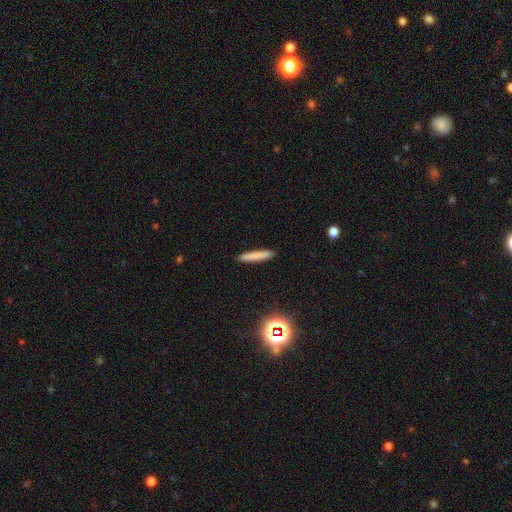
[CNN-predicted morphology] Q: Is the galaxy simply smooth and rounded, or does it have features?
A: smooth — 80%.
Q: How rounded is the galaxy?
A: cigar-shaped — 93%.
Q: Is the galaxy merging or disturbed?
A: none — 91%.